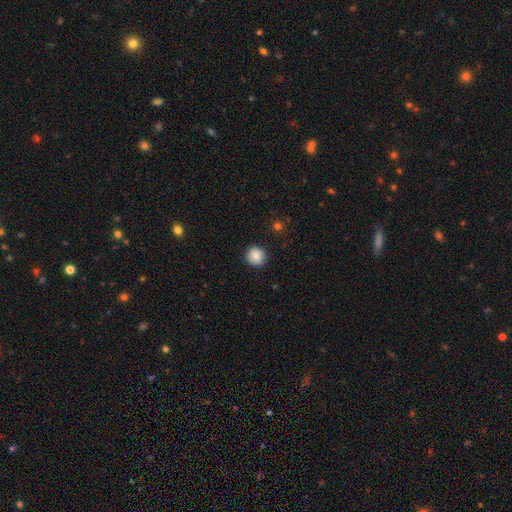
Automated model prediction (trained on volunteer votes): A smooth galaxy with no disk features (83%) that is round (90%).

Vote fractions:
- Smooth or featured? smooth: 83% / featured or disk: 9% / star or artifact: 9%
- How rounded? round: 90% / in between: 9% / cigar-shaped: 1%
- Merging? none: 89% / minor disturbance: 8% / major disturbance: 2% / merger: 1%